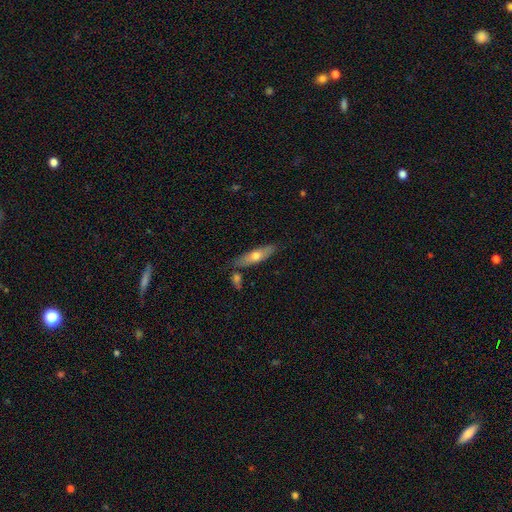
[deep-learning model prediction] This is possibly a smooth galaxy (57%). How rounded: likely cigar-shaped (63%). Merging: likely none (76%).